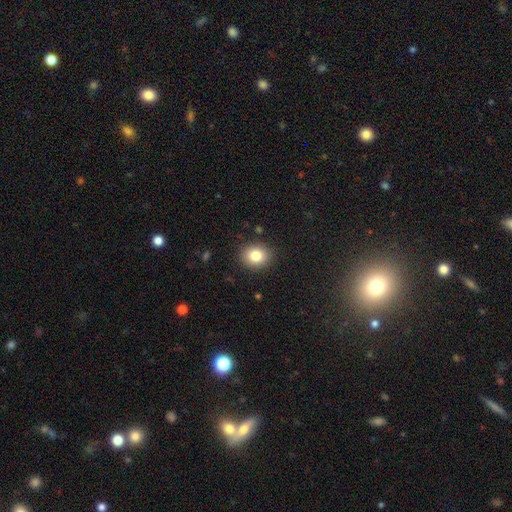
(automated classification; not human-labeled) The model was most divided on "how rounded": round: 65%, in between: 34%, cigar-shaped: 1%. More confident: merging — none (88%); smooth or featured — smooth (82%).